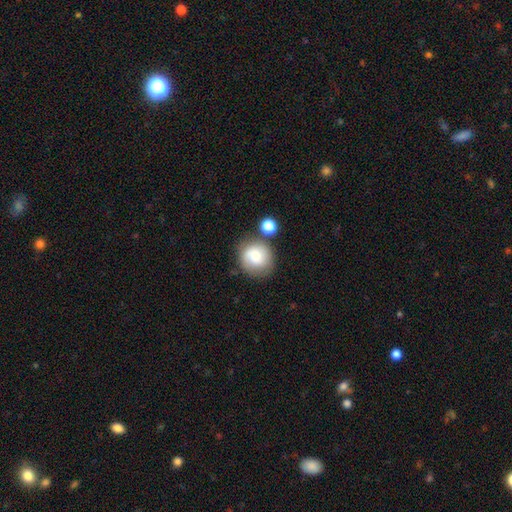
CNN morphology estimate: The model was most divided on "merging": none: 62%, minor disturbance: 18%, merger: 14%, major disturbance: 6%. More confident: how rounded — round (87%); smooth or featured — smooth (68%).